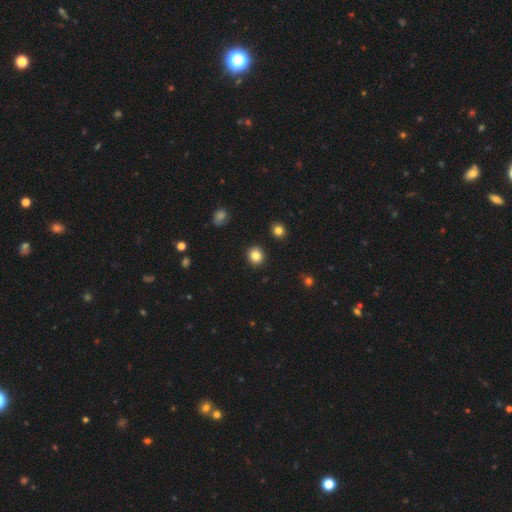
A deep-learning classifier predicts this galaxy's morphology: Overall: smooth (84%). How rounded: round (86%). Merging: none (92%).